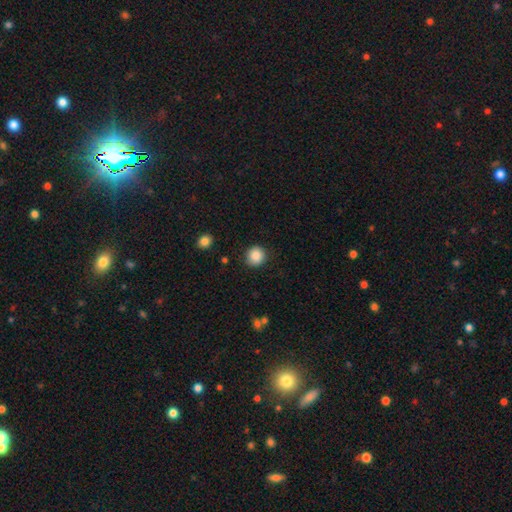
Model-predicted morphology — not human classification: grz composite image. It shows a smooth galaxy with no disk features (87%) that is round (91%). Merging: none (89%).